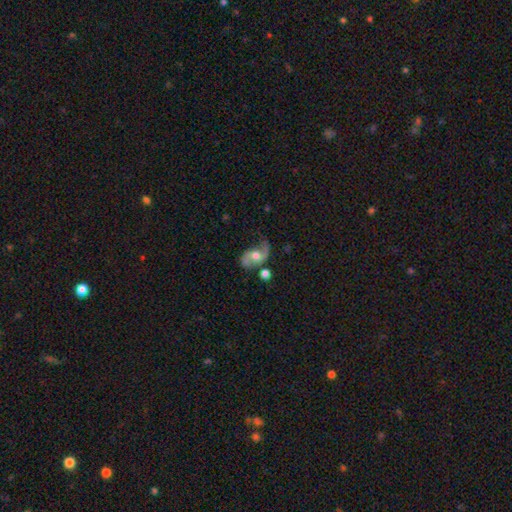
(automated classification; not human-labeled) Smooth or featured? Predicted: featured or disk (p=0.77). Edge-on disk? Predicted: no (p=0.97). Bar? Predicted: no (p=0.66). Spiral arms? Predicted: yes (p=0.91). Spiral winding? Predicted: loose (p=0.54). Spiral arm count? Predicted: 2 (p=0.83). Bulge size? Predicted: moderate (p=0.71). Merging? Predicted: none (p=0.53).